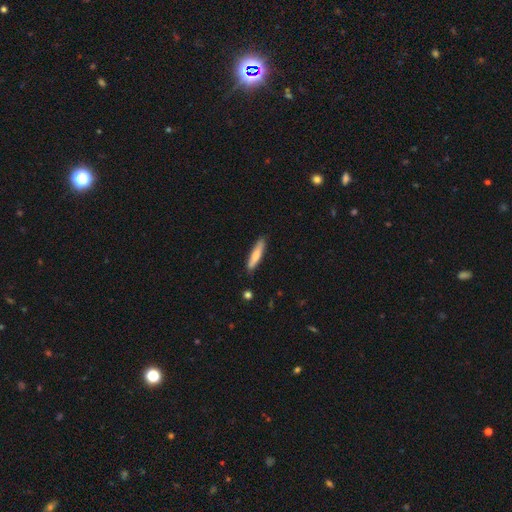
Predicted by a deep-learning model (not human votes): This appears to be a smooth galaxy with no disk features (74%) that is cigar-shaped (85%). Merging: none (86%).